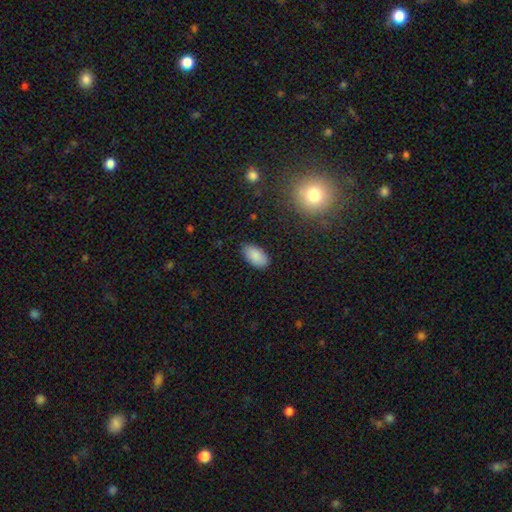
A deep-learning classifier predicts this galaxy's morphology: smooth 88%, star or artifact 7%, featured or disk 5%. Down the decision tree: how rounded — in between (95%); merging — none (85%).